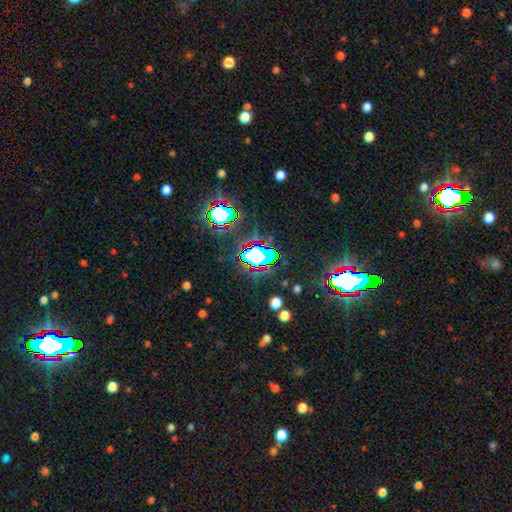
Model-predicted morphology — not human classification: smooth_or_featured: star or artifact (p=0.65) [alt: smooth p=0.22]